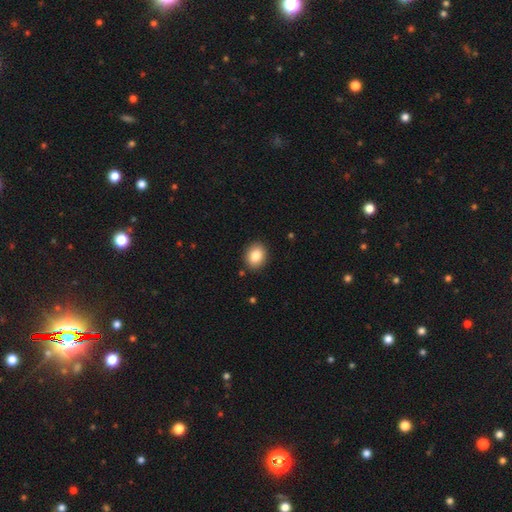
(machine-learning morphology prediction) Smooth or featured? smooth (84%)
How rounded? round (51%)
Merging? none (90%)